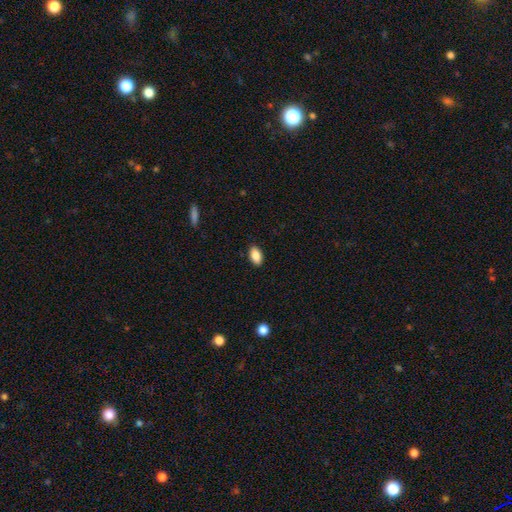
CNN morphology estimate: smooth 87%, star or artifact 7%, featured or disk 5%. Down the decision tree: how rounded — in between (92%); merging — none (89%).